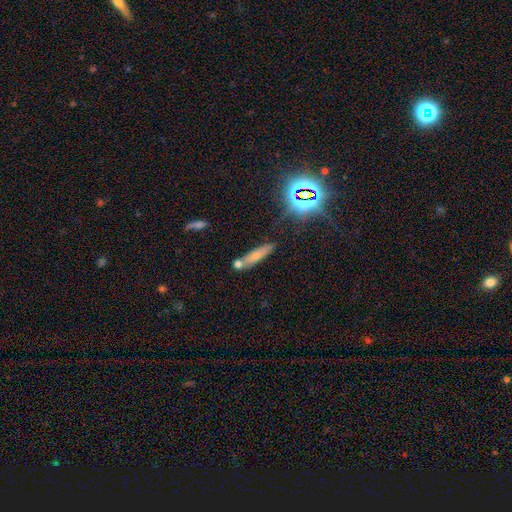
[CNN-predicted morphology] Smooth or featured?
  - smooth: 63% *
  - featured or disk: 22%
  - star or artifact: 15%
How rounded?
  - cigar-shaped: 76% *
  - in between: 21%
  - round: 3%
Merging?
  - none: 66% *
  - merger: 17%
  - minor disturbance: 13%
  - major disturbance: 4%